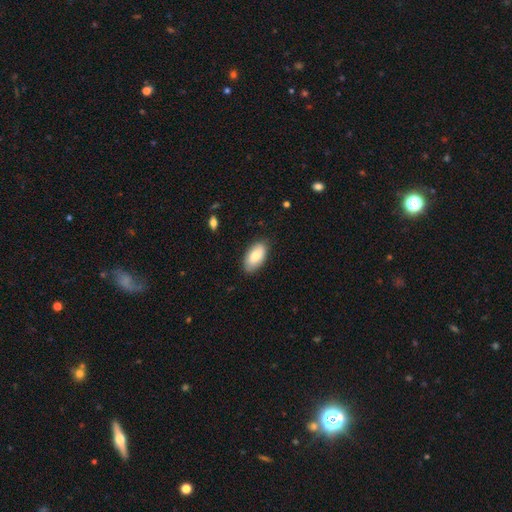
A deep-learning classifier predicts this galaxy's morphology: type=smooth (83%); roundness=in between (95%); merging=none (84%).